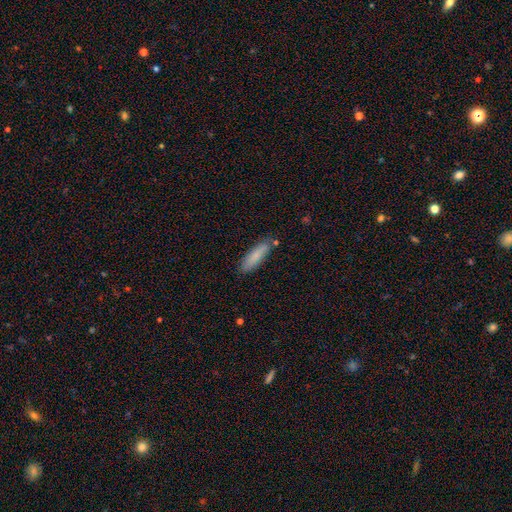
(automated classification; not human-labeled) smooth_or_featured: smooth (p=0.83) [alt: featured or disk p=0.11]
how_rounded: cigar-shaped (p=0.64) [alt: in between p=0.35]
merging: none (p=0.79) [alt: minor disturbance p=0.14]